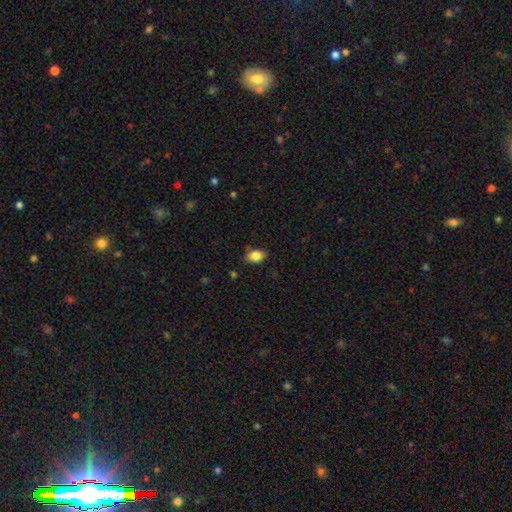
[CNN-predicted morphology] Overall: smooth (85%). How rounded: in between (72%). Merging: none (78%).